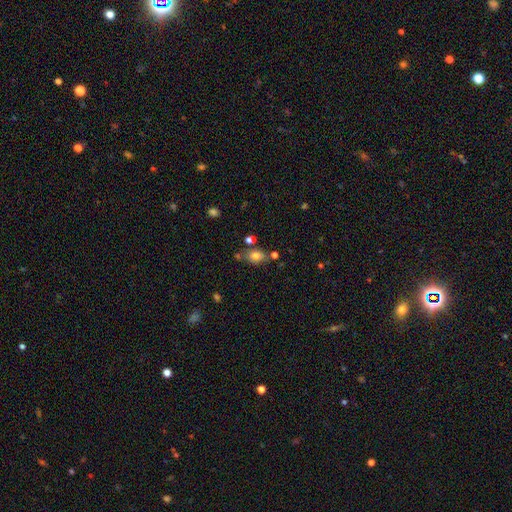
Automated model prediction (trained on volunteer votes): Smooth or featured? Predicted: smooth (p=0.78). How rounded? Predicted: in between (p=0.79). Merging? Predicted: none (p=0.65).